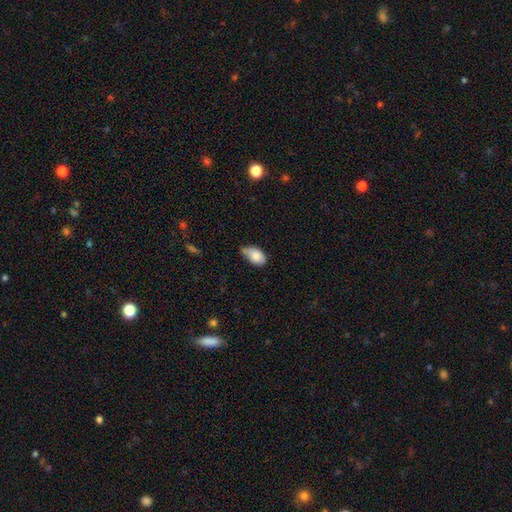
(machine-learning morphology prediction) Overall: smooth (83%). How rounded: in between (92%). Merging: none (43%, tied with minor disturbance).